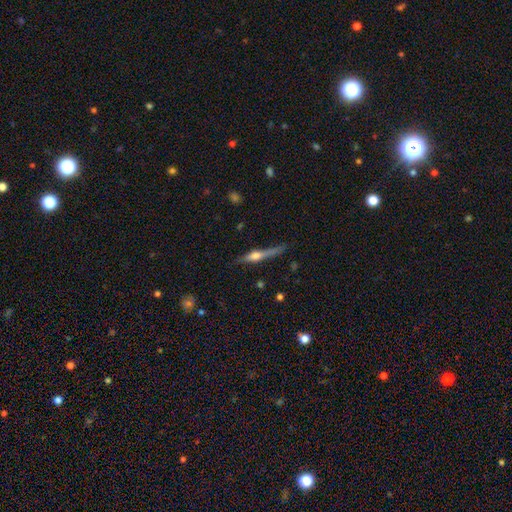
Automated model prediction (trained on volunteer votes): Smooth or featured?
  - featured or disk: 62% *
  - smooth: 31%
  - star or artifact: 7%
Edge-on disk?
  - yes: 96% *
  - no: 4%
Edge-on bulge?
  - rounded: 85% *
  - boxy: 9%
  - none: 6%
Merging?
  - none: 69% *
  - minor disturbance: 21%
  - major disturbance: 7%
  - merger: 4%